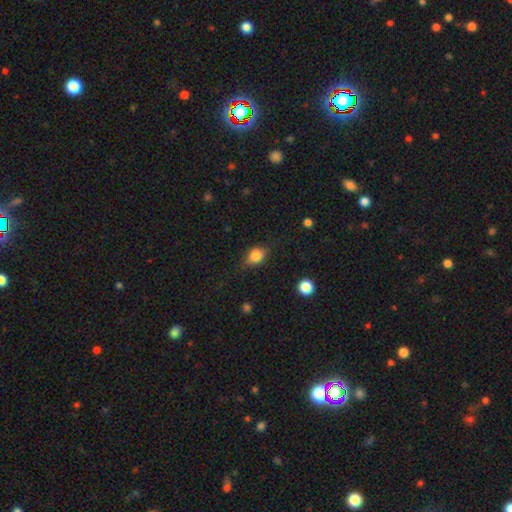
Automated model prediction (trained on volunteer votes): Smooth or featured? Predicted: smooth (p=0.77). How rounded? Predicted: in between (p=0.60). Merging? Predicted: none (p=0.72).